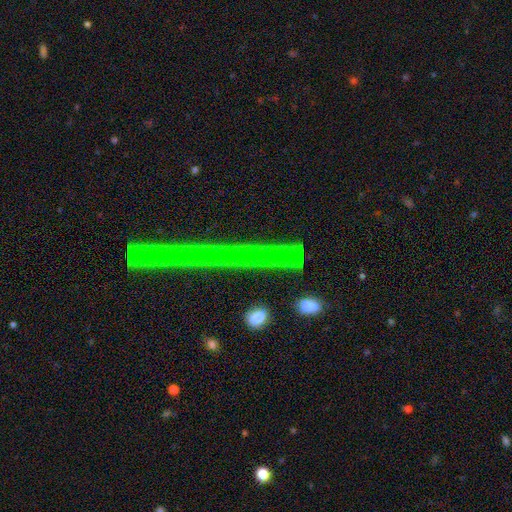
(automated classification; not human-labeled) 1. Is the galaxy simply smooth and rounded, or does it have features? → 65% star or artifact, 20% featured or disk, 16% smooth.